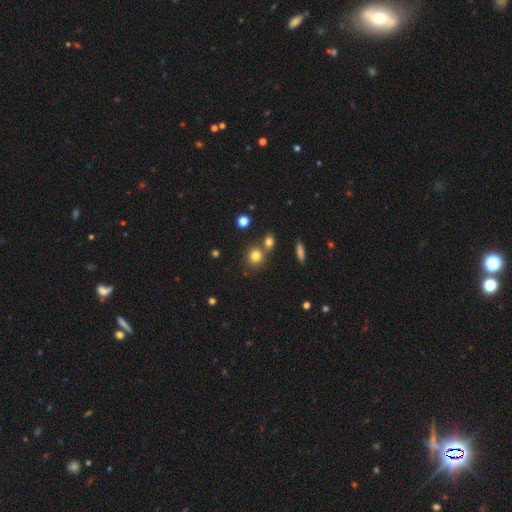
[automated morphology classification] A smooth galaxy with no disk features (79%) that is round (84%). Merging: none (66%).